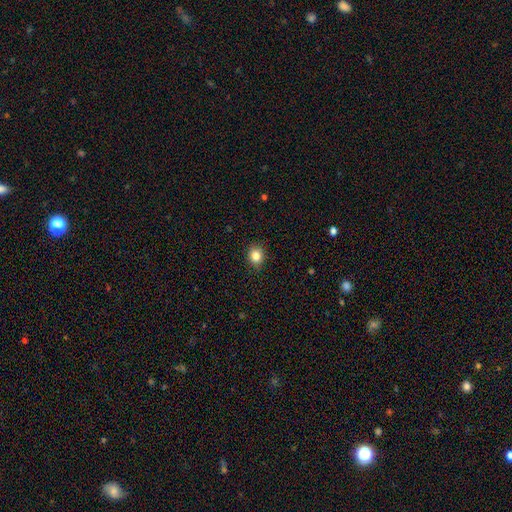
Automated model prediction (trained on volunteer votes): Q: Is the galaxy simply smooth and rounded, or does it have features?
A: smooth — 84%.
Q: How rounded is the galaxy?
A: round — 65%.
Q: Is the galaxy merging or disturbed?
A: none — 89%.